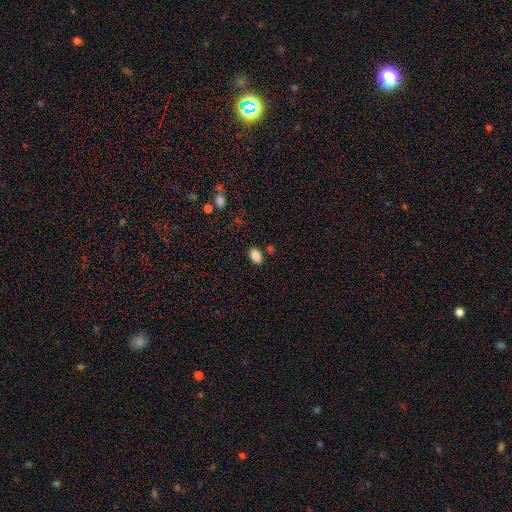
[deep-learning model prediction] This is clearly a smooth galaxy (87%). How rounded: clearly in between (87%). Merging: clearly none (82%).